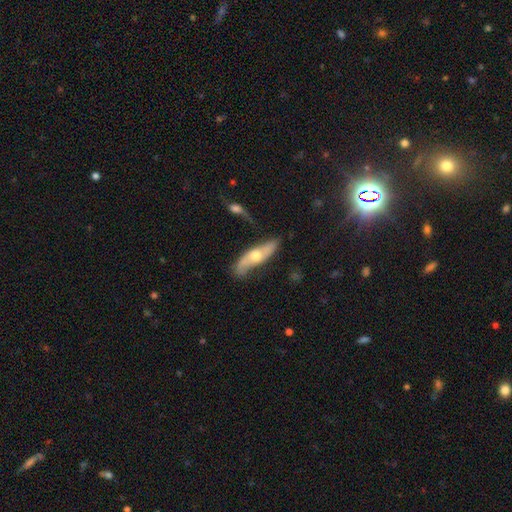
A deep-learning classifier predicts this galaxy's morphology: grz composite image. It shows a featured or disk galaxy (59%). Merging: none (67%).